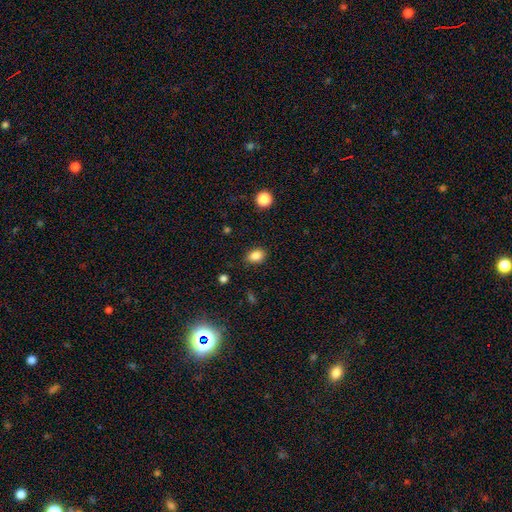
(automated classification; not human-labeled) smooth_or_featured: smooth (p=0.84) [alt: star or artifact p=0.10]
how_rounded: in between (p=0.68) [alt: round p=0.31]
merging: none (p=0.83) [alt: minor disturbance p=0.13]